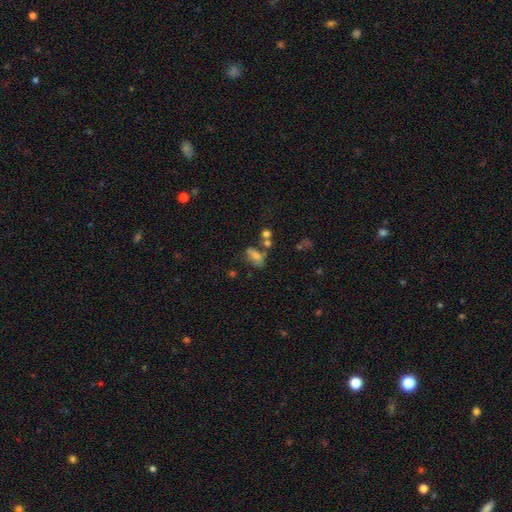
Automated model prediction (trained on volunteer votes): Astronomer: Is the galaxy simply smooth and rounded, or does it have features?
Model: smooth — 65%.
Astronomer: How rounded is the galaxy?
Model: in between — 80%.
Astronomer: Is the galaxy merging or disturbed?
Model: none — 44% (runner-up: minor disturbance, 21%).